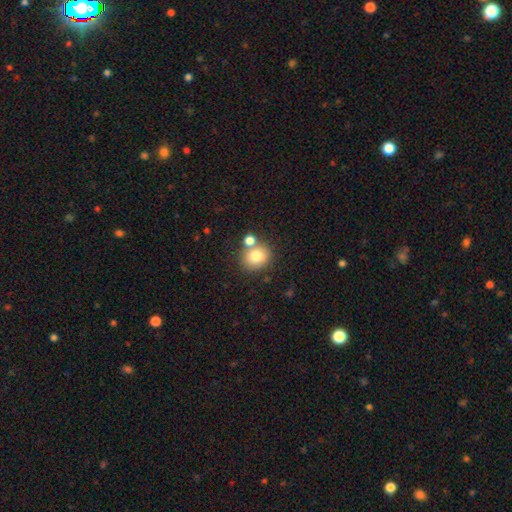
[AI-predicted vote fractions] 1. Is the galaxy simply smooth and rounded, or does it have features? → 78% smooth, 11% star or artifact, 11% featured or disk.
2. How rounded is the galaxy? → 77% round, 22% in between, 1% cigar-shaped.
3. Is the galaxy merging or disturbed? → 64% none, 23% merger, 9% minor disturbance, 3% major disturbance.